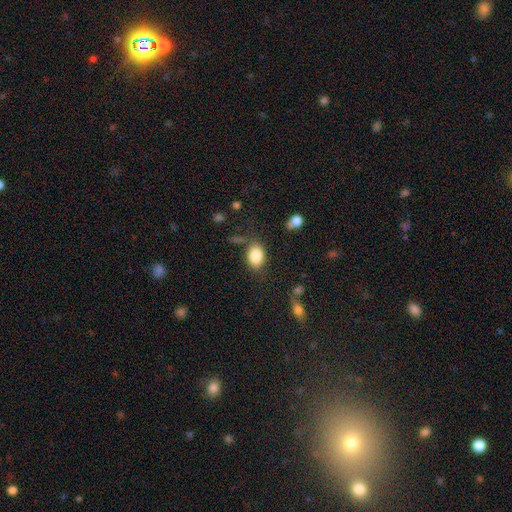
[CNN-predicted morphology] This is clearly a smooth galaxy (84%). How rounded: clearly in between (81%). Merging: likely none (69%).